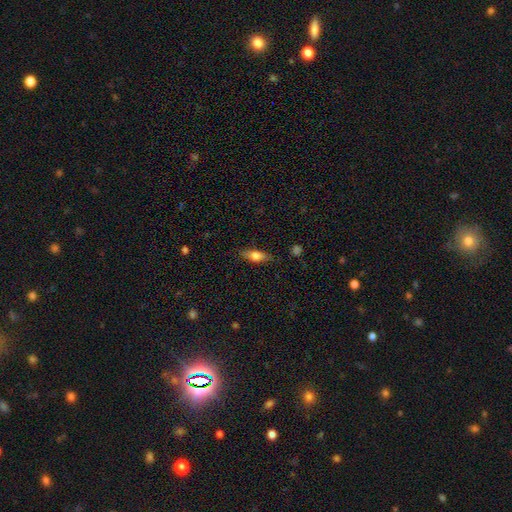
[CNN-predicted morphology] Smooth or featured?
  - smooth: 63% *
  - featured or disk: 29%
  - star or artifact: 7%
How rounded?
  - in between: 63% *
  - cigar-shaped: 33%
  - round: 4%
Merging?
  - none: 82% *
  - minor disturbance: 13%
  - major disturbance: 3%
  - merger: 1%